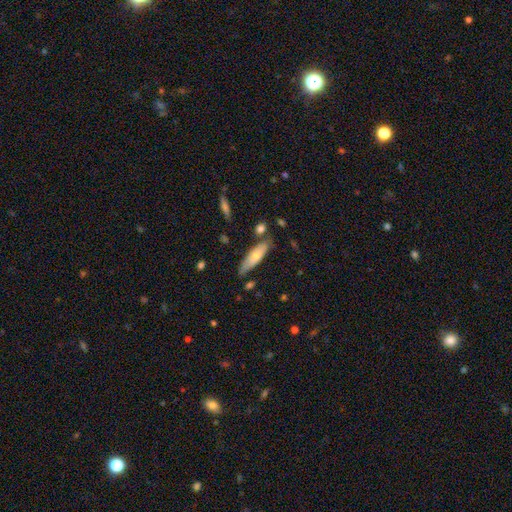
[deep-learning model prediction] smooth-or-featured: smooth: 64% | featured or disk: 30% | star or artifact: 6%
  how-rounded: cigar-shaped: 60% | in between: 38% | round: 2%
  merging: none: 72% | minor disturbance: 18% | merger: 6% | major disturbance: 3%